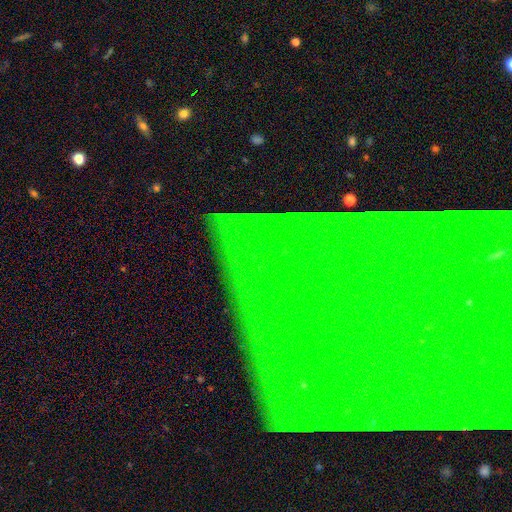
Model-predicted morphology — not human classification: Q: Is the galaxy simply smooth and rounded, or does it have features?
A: star or artifact — 84%.